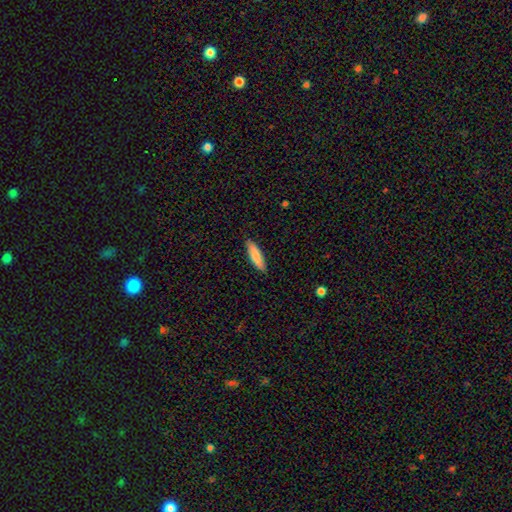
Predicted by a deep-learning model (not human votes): Morphology: type=smooth (83%); roundness=cigar-shaped (74%); merging=none (87%).